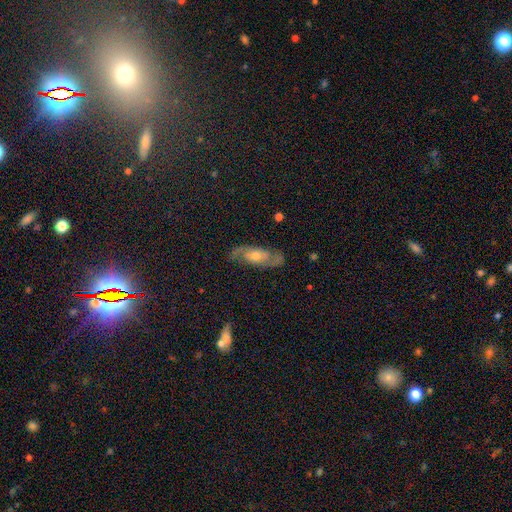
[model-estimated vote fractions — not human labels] Morphology: type=featured or disk (77%); edge-on=no (88%); bar=no (70%); spiral arms=yes (91%); winding=medium (47%); arm count=2 (87%); bulge=moderate (64%); merging=none (79%).